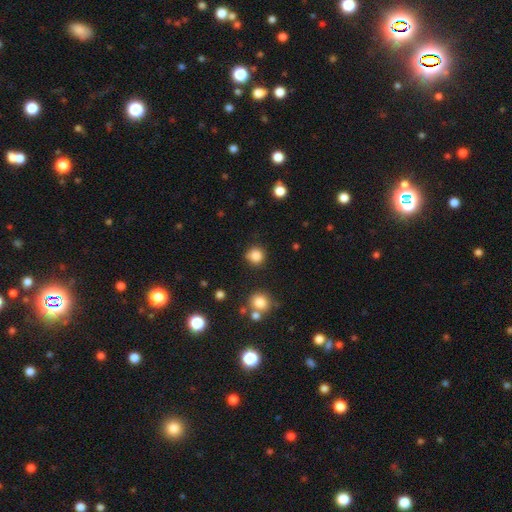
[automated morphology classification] smooth 84%, star or artifact 12%, featured or disk 4%. Down the decision tree: how rounded — round (91%); merging — none (84%).